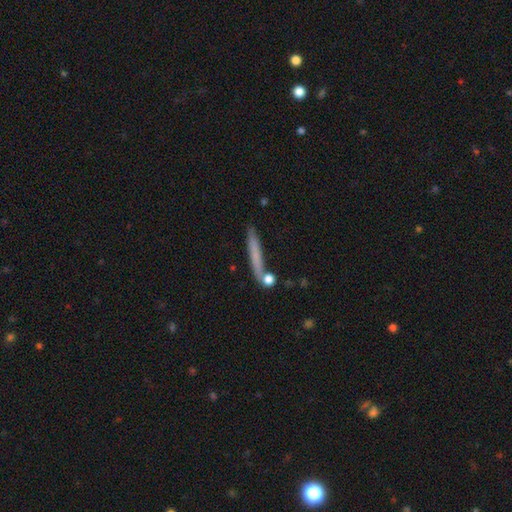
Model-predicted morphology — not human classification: A smooth galaxy with no disk features (63%) that is cigar-shaped (94%).

Vote fractions:
- Smooth or featured? smooth: 63% / featured or disk: 29% / star or artifact: 8%
- How rounded? cigar-shaped: 94% / in between: 4% / round: 2%
- Merging? none: 76% / minor disturbance: 13% / merger: 8% / major disturbance: 4%